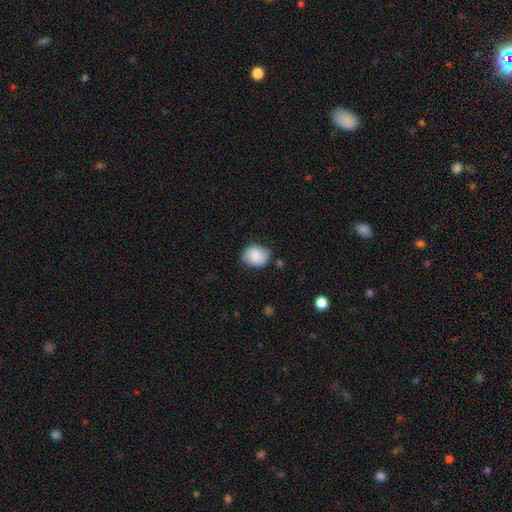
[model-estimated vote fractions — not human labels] Smooth or featured? smooth (82%)
How rounded? round (51%)
Merging? none (73%)